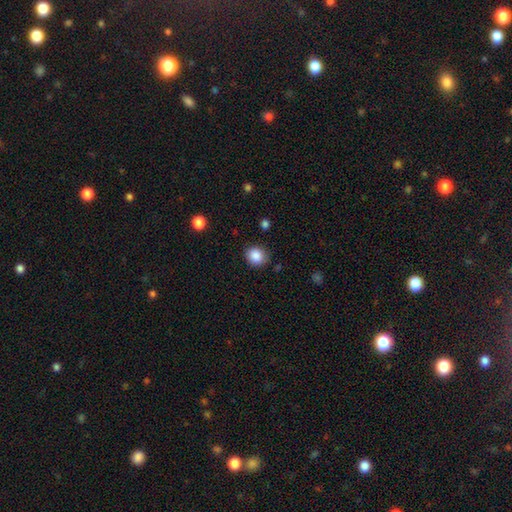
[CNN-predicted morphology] smooth_or_featured: smooth (p=0.87) [alt: star or artifact p=0.09]
how_rounded: round (p=0.74) [alt: in between p=0.25]
merging: none (p=0.84) [alt: minor disturbance p=0.11]